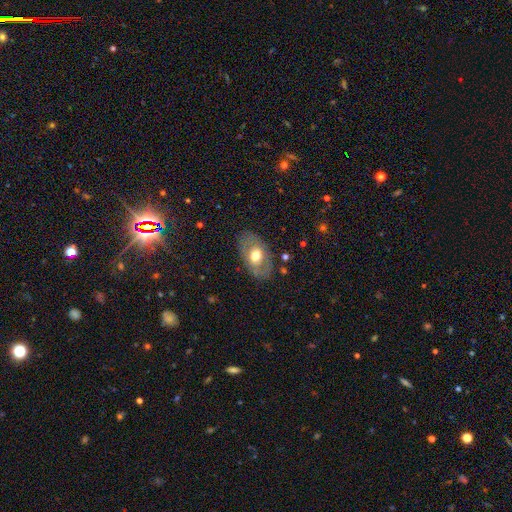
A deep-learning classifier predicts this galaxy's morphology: smooth 49%, featured or disk 44%, star or artifact 7%. Down the decision tree: merging — none (79%).